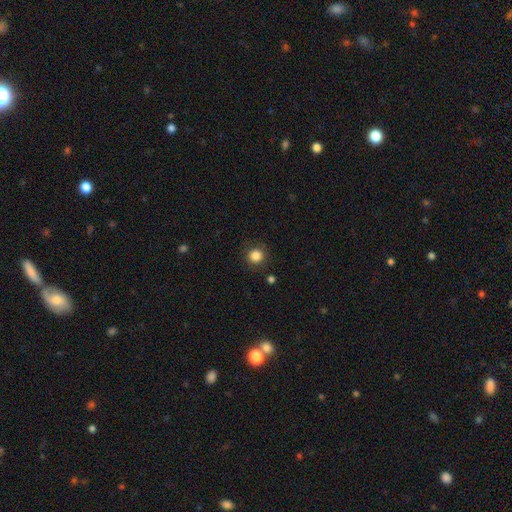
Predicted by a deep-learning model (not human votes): Smooth or featured: smooth — 85% (star or artifact — 11%)
How rounded: round — 93% (in between — 6%)
Merging: none — 88% (minor disturbance — 8%)